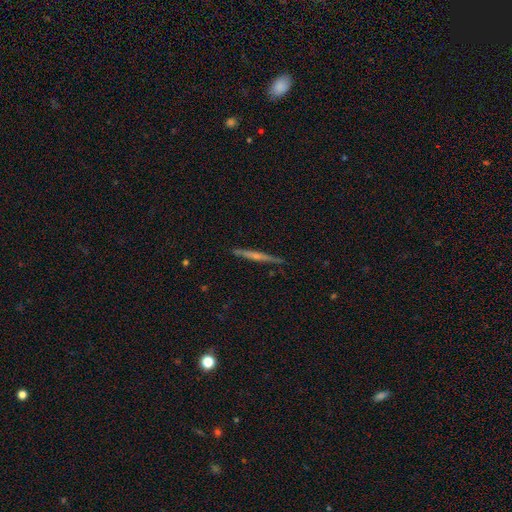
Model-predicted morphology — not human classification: smooth-or-featured: featured or disk: 64% | smooth: 29% | star or artifact: 7%
  disk-edge-on: yes: 98% | no: 2%
    edge-on-bulge: none: 46% (tied) | rounded: 46% (tied) | boxy: 9%
  merging: none: 90% | minor disturbance: 7% | major disturbance: 1% | merger: 1%